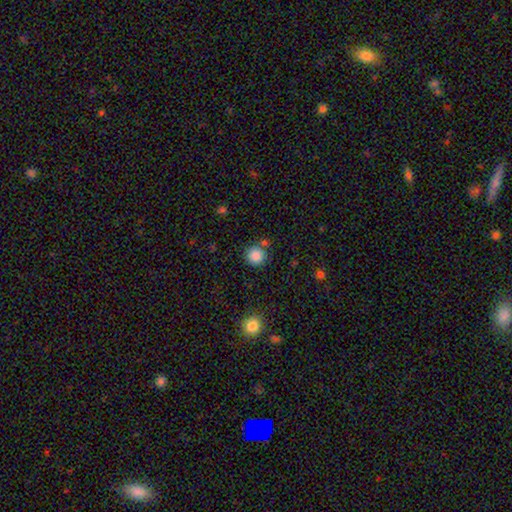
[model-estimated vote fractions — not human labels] smooth_or_featured: smooth (p=0.87) [alt: star or artifact p=0.10]
how_rounded: round (p=0.94) [alt: in between p=0.06]
merging: none (p=0.82) [alt: minor disturbance p=0.09]